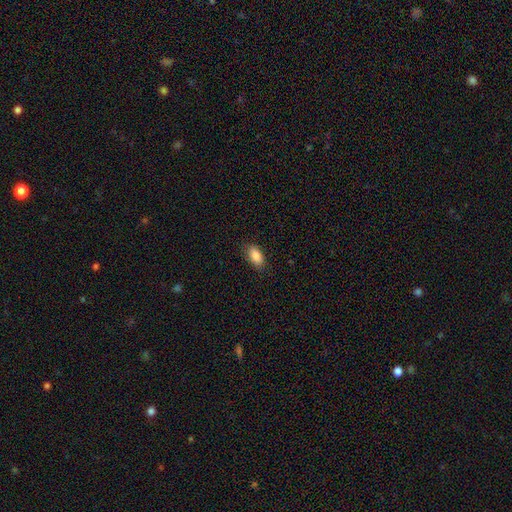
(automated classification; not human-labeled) Smooth or featured: smooth — 87% (star or artifact — 7%)
How rounded: in between — 90% (cigar-shaped — 6%)
Merging: none — 85% (minor disturbance — 11%)